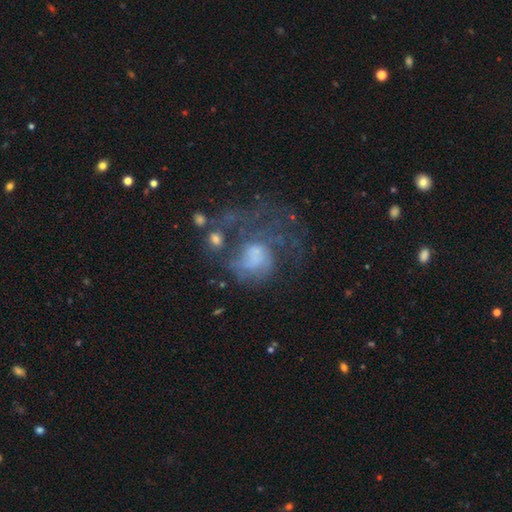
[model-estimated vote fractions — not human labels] smooth_or_featured: featured or disk (p=0.55) [alt: smooth p=0.32]
disk_edge_on: no (p=0.97) [alt: yes p=0.03]
bar: no (p=0.80) [alt: weak p=0.17]
has_spiral_arms: no (p=0.51) [alt: yes p=0.49]
bulge_size: none (p=0.41) [alt: small p=0.23]
merging: major disturbance (p=0.46) [alt: none p=0.24]